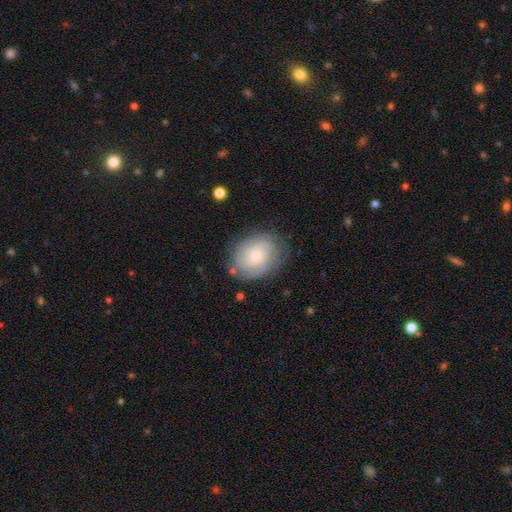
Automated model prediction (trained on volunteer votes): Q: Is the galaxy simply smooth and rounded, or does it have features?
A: featured or disk — 69%.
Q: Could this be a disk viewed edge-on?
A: no — 97%.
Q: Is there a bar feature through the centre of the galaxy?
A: no — 76%.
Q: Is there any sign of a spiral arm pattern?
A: yes — 92%.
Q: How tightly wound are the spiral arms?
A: tight — 60%.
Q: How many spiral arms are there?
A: can't tell — 33%.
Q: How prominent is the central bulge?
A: small — 64%.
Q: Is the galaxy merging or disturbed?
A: none — 77%.